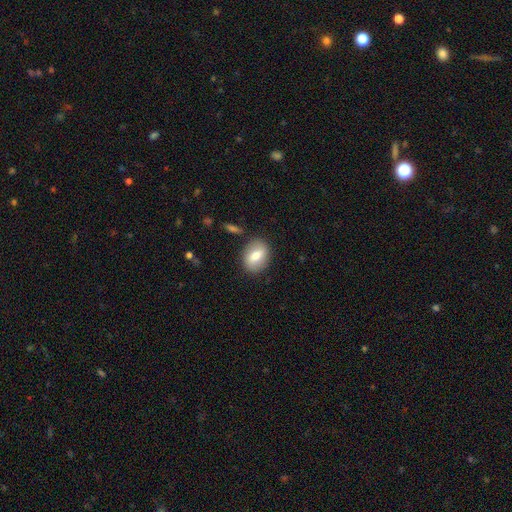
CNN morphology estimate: A smooth galaxy with no disk features (68%) that is in between round and cigar-shaped (68%).

Vote fractions:
- Smooth or featured? smooth: 68% / featured or disk: 24% / star or artifact: 7%
- How rounded? in between: 68% / round: 30% / cigar-shaped: 2%
- Merging? none: 84% / minor disturbance: 11% / major disturbance: 3% / merger: 2%